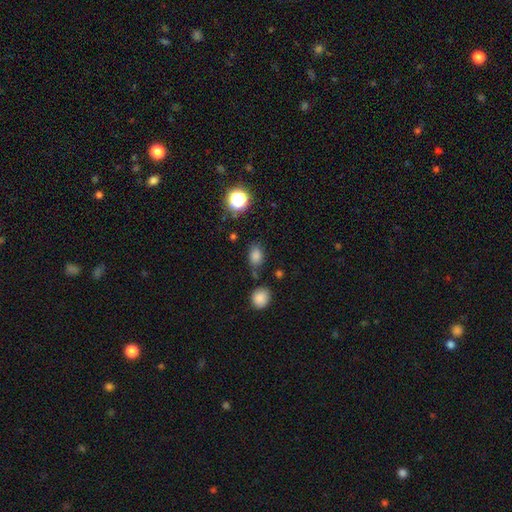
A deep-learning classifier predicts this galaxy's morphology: The model was most divided on "how rounded": in between: 70%, round: 28%, cigar-shaped: 2%. More confident: smooth or featured — smooth (80%); merging — none (72%).